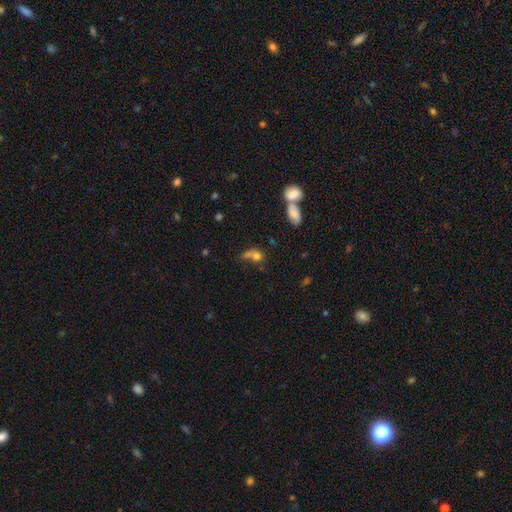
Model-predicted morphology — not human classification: Overall: smooth (71%). How rounded: round (57%; in between 39%). Merging: merger (45%; none 32%).